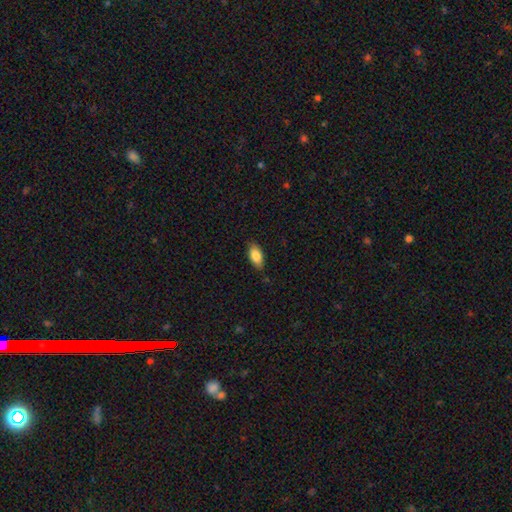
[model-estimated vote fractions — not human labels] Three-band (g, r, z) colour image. It shows a smooth galaxy with no disk features (85%) that is in between round and cigar-shaped (90%). Merging: none (82%).